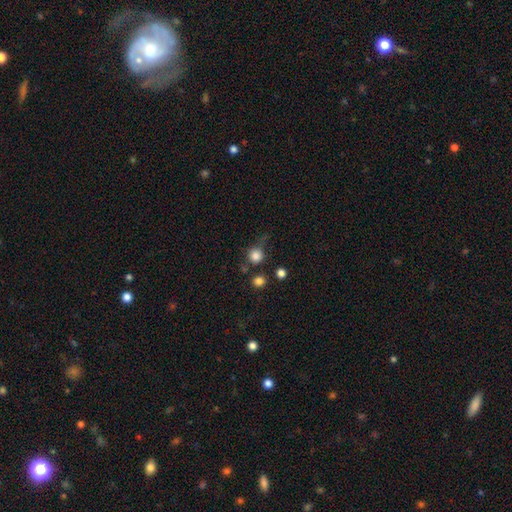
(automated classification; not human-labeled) The model was most divided on "merging": none: 65%, minor disturbance: 17%, merger: 10%, major disturbance: 8%. More confident: how rounded — round (92%); smooth or featured — smooth (82%).